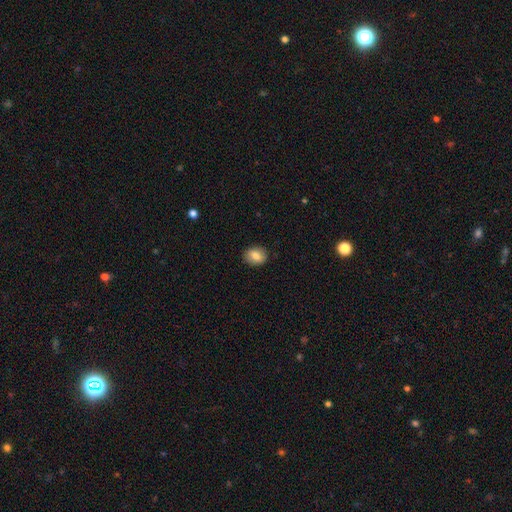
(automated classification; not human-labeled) smooth-or-featured: smooth: 81% | featured or disk: 11% | star or artifact: 8%
  how-rounded: in between: 53% | round: 46% | cigar-shaped: 1%
  merging: none: 88% | minor disturbance: 9% | major disturbance: 2% | merger: 1%